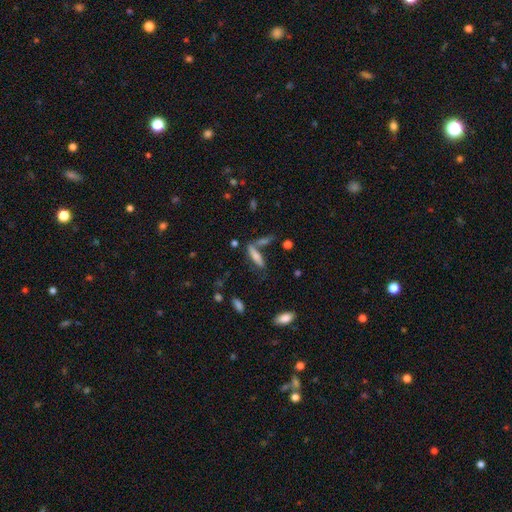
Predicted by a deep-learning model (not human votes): Q: Smooth or featured?
A: smooth (62%); runner-up: featured or disk (28%)
Q: How rounded?
A: cigar-shaped (71%); runner-up: in between (27%)
Q: Merging?
A: none (50%); runner-up: merger (27%)